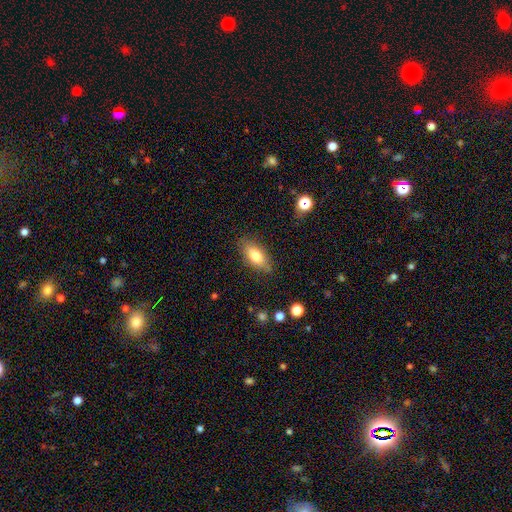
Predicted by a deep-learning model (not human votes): smooth_or_featured: smooth (p=0.80) [alt: featured or disk p=0.13]
how_rounded: in between (p=0.88) [alt: cigar-shaped p=0.09]
merging: none (p=0.81) [alt: minor disturbance p=0.14]